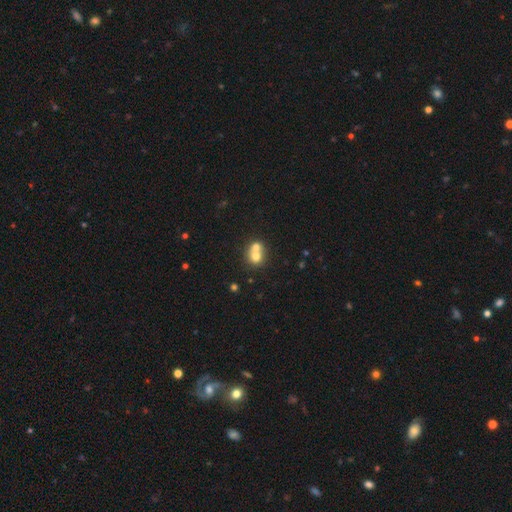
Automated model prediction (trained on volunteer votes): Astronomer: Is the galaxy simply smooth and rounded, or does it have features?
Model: smooth — 68%.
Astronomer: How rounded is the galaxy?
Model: round — 73%.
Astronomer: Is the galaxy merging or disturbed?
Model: merger — 67%.